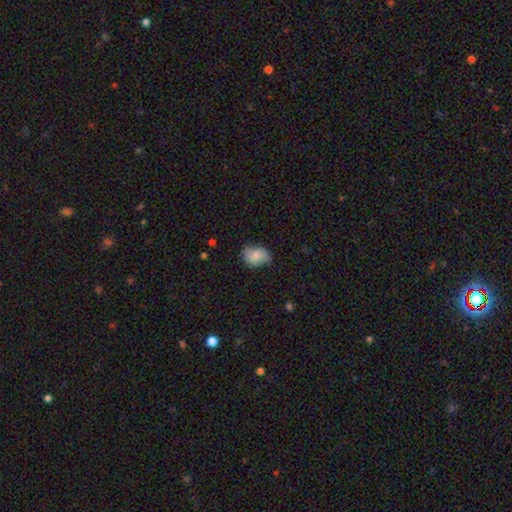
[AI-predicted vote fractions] Q: Smooth or featured?
A: smooth (66%); runner-up: featured or disk (26%)
Q: How rounded?
A: in between (76%); runner-up: round (23%)
Q: Merging?
A: none (59%); runner-up: minor disturbance (32%)